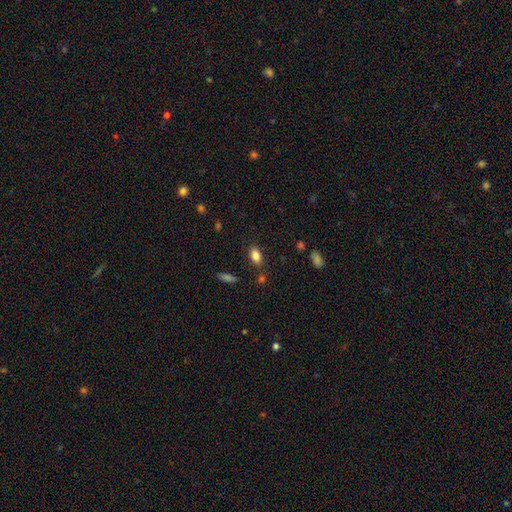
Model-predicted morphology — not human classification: type=smooth (84%); roundness=in between (87%); merging=none (83%).